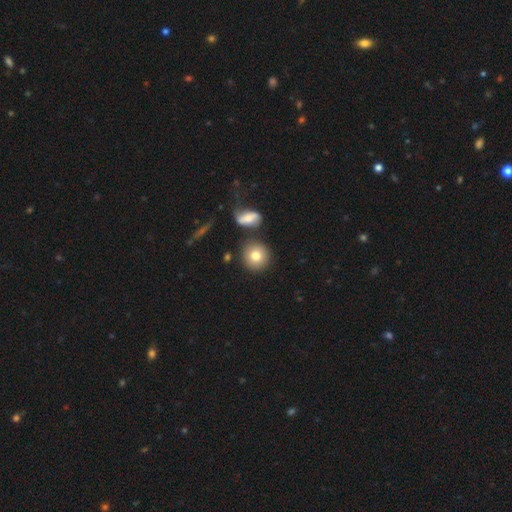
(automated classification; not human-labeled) A smooth galaxy with no disk features (78%) that is round (90%). Merging: none (80%).